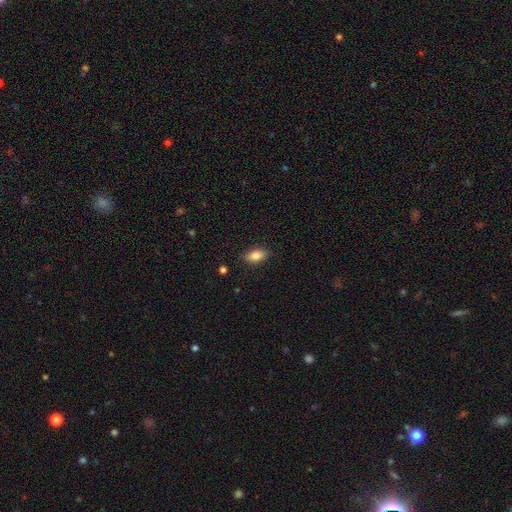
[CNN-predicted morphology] Overall: smooth (85%). How rounded: in between (88%). Merging: none (87%).